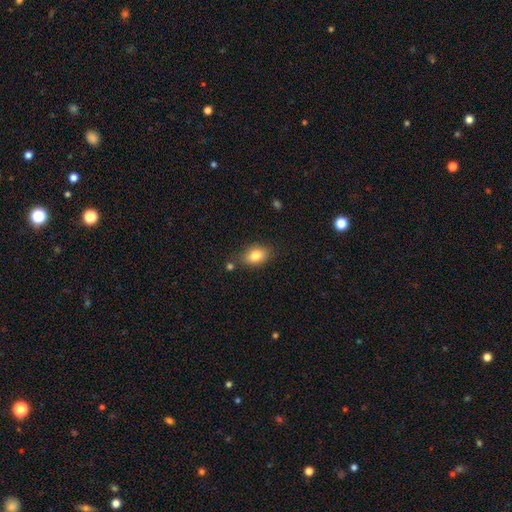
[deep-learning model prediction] smooth-or-featured: smooth: 81% | featured or disk: 10% | star or artifact: 9%
  how-rounded: in between: 80% | round: 18% | cigar-shaped: 2%
  merging: none: 77% | minor disturbance: 14% | merger: 5% | major disturbance: 3%